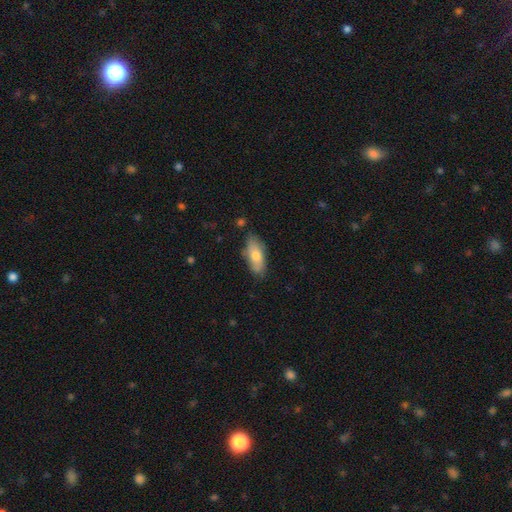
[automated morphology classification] Q: Smooth or featured?
A: smooth (72%); runner-up: featured or disk (22%)
Q: How rounded?
A: in between (78%); runner-up: cigar-shaped (19%)
Q: Merging?
A: none (75%); runner-up: minor disturbance (19%)